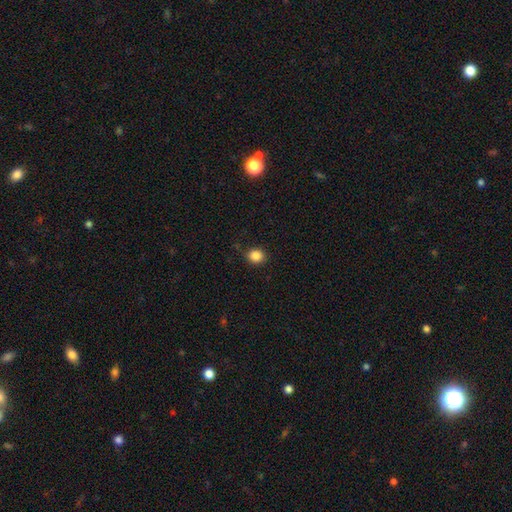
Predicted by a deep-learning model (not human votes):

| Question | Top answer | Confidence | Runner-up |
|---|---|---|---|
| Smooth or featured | smooth | 85% | star or artifact (11%) |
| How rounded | round | 83% | in between (17%) |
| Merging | none | 85% | minor disturbance (11%) |